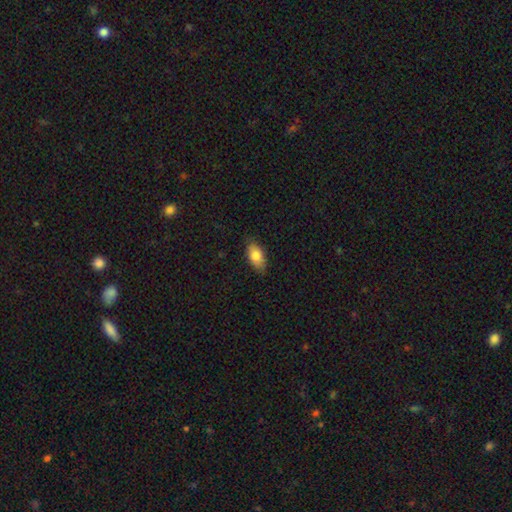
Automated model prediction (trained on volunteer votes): Smooth or featured? Predicted: smooth (p=0.82). How rounded? Predicted: in between (p=0.89). Merging? Predicted: none (p=0.83).